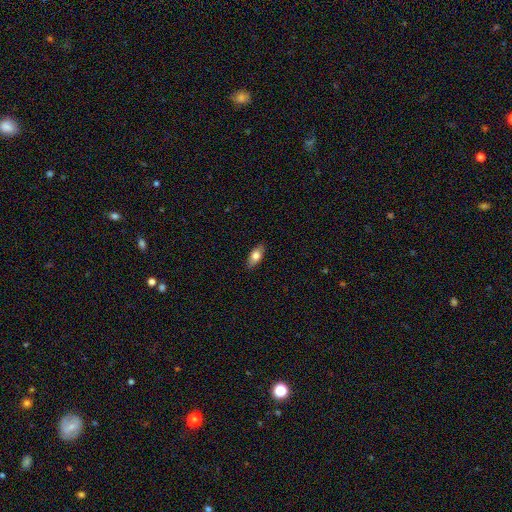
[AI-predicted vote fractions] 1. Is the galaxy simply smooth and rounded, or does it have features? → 73% smooth, 20% featured or disk, 7% star or artifact.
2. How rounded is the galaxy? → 85% in between, 12% cigar-shaped, 4% round.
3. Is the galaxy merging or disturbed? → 87% none, 10% minor disturbance, 2% major disturbance, 1% merger.